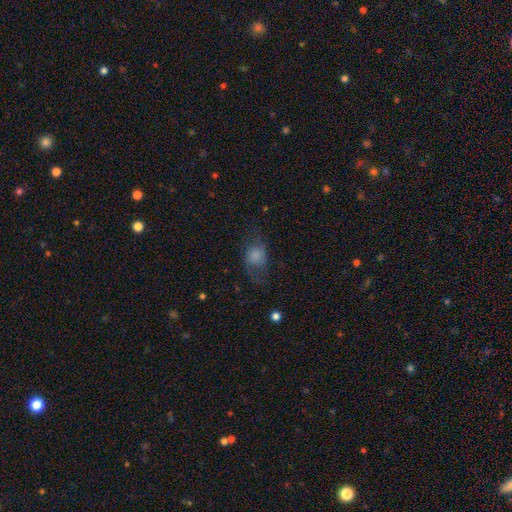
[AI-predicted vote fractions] Overall: smooth (65%). How rounded: in between (62%; round 37%). Merging: none (42%; major disturbance 32%).